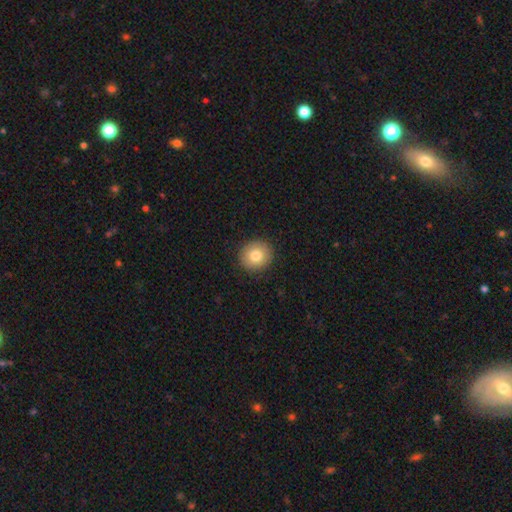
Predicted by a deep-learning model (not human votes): smooth-or-featured: smooth: 80% | featured or disk: 11% | star or artifact: 9%
  how-rounded: round: 89% | in between: 10% | cigar-shaped: 1%
  merging: none: 92% | minor disturbance: 6% | major disturbance: 2% | merger: 1%